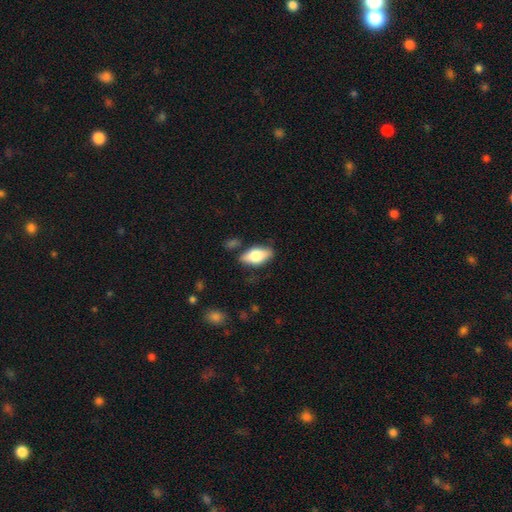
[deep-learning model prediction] This appears to be a smooth galaxy with no disk features (67%) that is in between round and cigar-shaped (86%). Merging: none (78%).